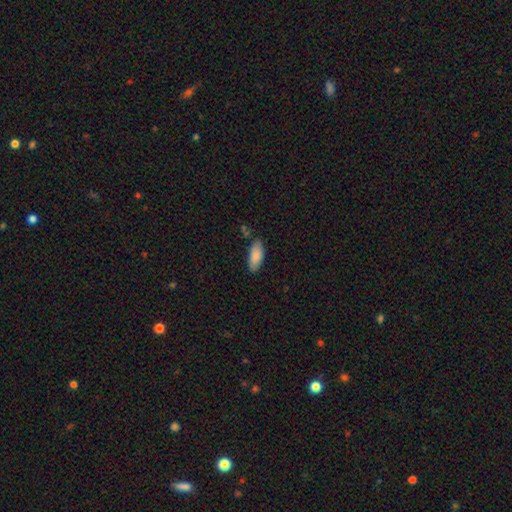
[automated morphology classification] Q: Smooth or featured?
A: smooth (85%); runner-up: featured or disk (9%)
Q: How rounded?
A: in between (83%); runner-up: cigar-shaped (15%)
Q: Merging?
A: none (79%); runner-up: minor disturbance (15%)